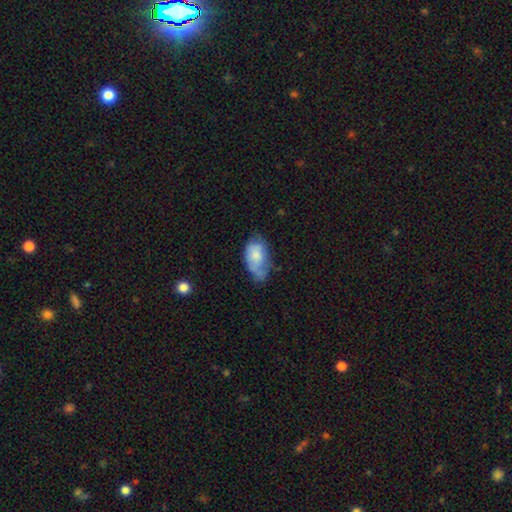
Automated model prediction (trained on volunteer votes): smooth_or_featured: smooth (p=0.67) [alt: featured or disk p=0.26]
how_rounded: in between (p=0.92) [alt: round p=0.06]
merging: minor disturbance (p=0.39) [alt: none p=0.34]